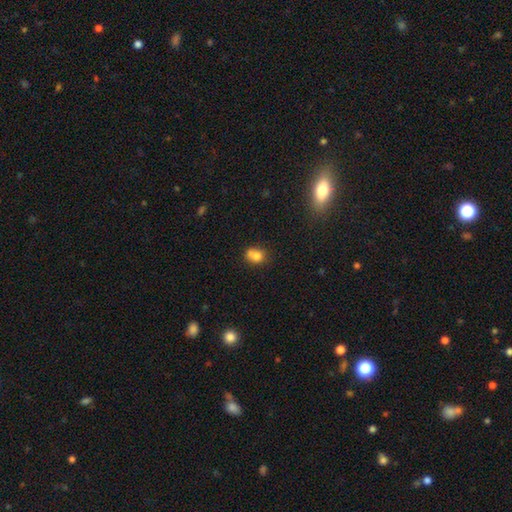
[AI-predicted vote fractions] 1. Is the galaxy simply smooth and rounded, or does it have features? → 77% smooth, 11% star or artifact, 11% featured or disk.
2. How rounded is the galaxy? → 51% in between, 48% round, 1% cigar-shaped.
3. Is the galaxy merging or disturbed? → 44% none, 27% merger, 21% minor disturbance, 7% major disturbance.